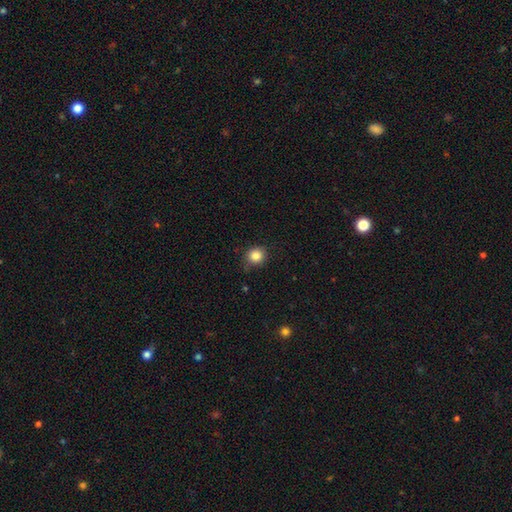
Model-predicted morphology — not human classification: smooth-or-featured: smooth: 85% | star or artifact: 11% | featured or disk: 5%
  how-rounded: round: 84% | in between: 15% | cigar-shaped: 1%
  merging: none: 81% | minor disturbance: 15% | major disturbance: 3% | merger: 1%